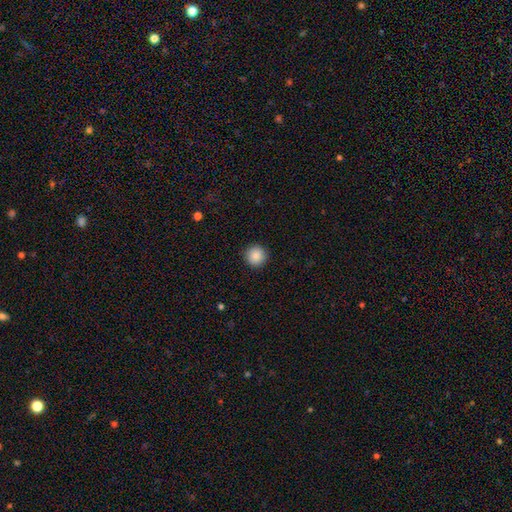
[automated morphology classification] Smooth or featured: smooth — 88% (star or artifact — 8%)
How rounded: round — 96% (in between — 3%)
Merging: none — 93% (minor disturbance — 5%)